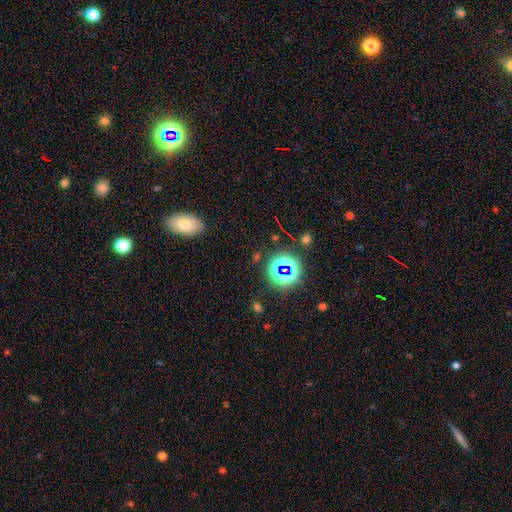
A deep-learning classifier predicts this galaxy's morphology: star or artifact 53%, smooth 36%, featured or disk 11%.